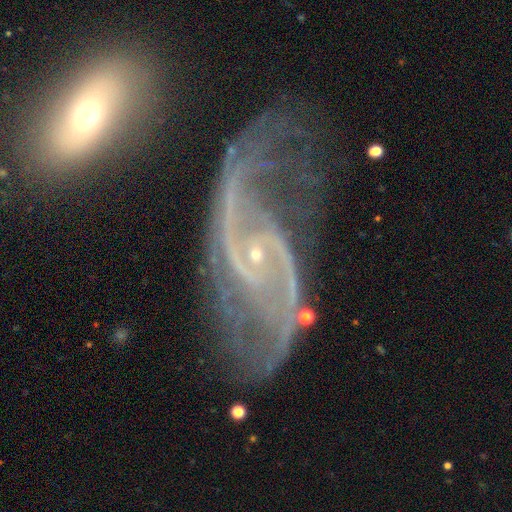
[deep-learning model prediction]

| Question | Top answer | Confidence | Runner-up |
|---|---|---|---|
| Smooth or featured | featured or disk | 90% | star or artifact (6%) |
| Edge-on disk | no | 96% | yes (4%) |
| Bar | weak | 40% | no (39%) |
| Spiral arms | yes | 96% | no (4%) |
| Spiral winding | loose | 46% | medium (39%) |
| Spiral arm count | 2 | 77% | can't tell (8%) |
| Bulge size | small | 84% | moderate (9%) |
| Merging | none | 45% | major disturbance (26%) |